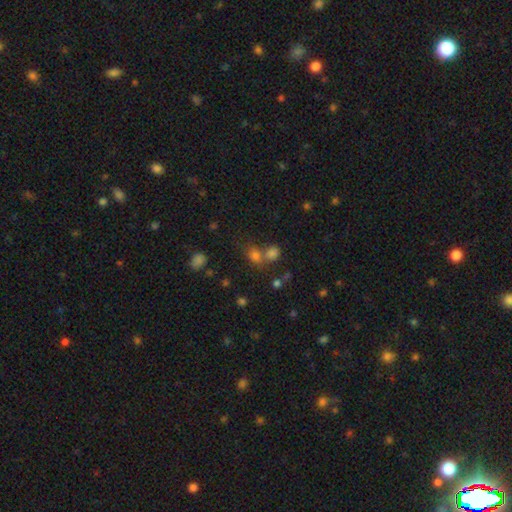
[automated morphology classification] Smooth or featured?
  - smooth: 71% *
  - star or artifact: 20%
  - featured or disk: 9%
How rounded?
  - round: 52% *
  - in between: 46%
  - cigar-shaped: 2%
Merging?
  - none: 46% *
  - merger: 41%
  - minor disturbance: 9%
  - major disturbance: 5%